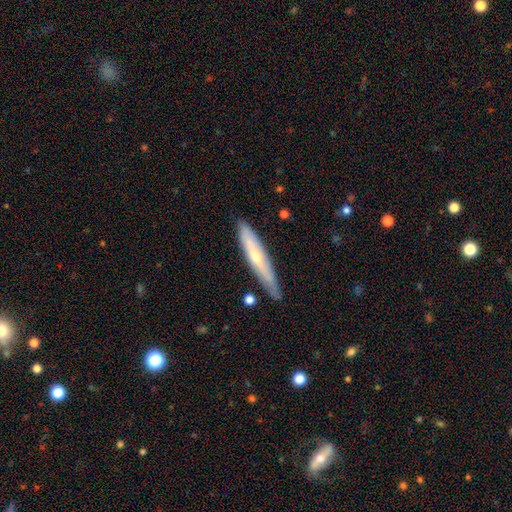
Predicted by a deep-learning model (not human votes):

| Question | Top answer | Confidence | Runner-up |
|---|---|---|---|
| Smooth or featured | featured or disk | 50% | smooth (44%) |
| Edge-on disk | yes | 77% | no (23%) |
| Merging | none | 78% | minor disturbance (18%) |